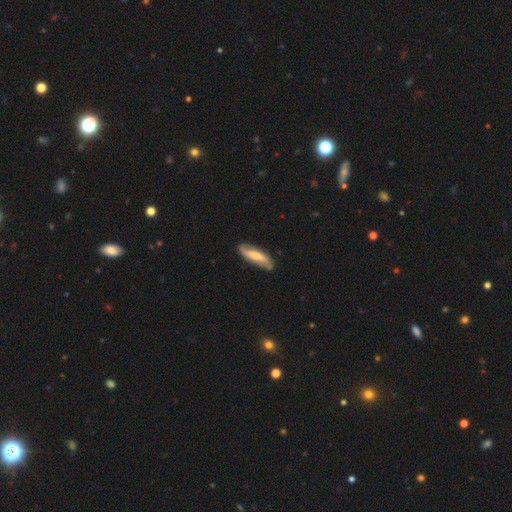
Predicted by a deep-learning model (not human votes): Smooth or featured? Predicted: featured or disk (p=0.57). Edge-on disk? Predicted: no (p=0.78). Merging? Predicted: none (p=0.79).